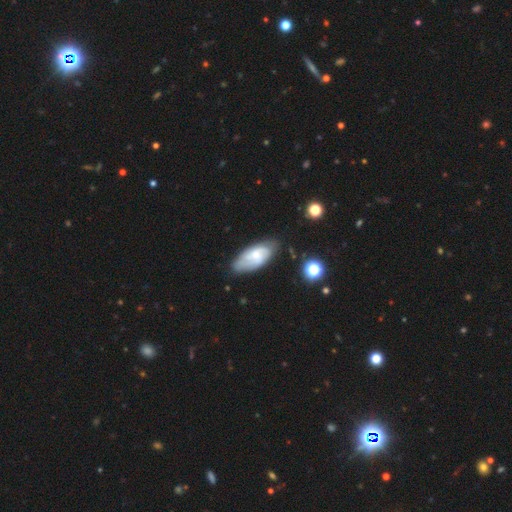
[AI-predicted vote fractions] featured or disk 53%, smooth 40%, star or artifact 7%. Down the decision tree: edge-on disk — no (91%); merging — none (68%).